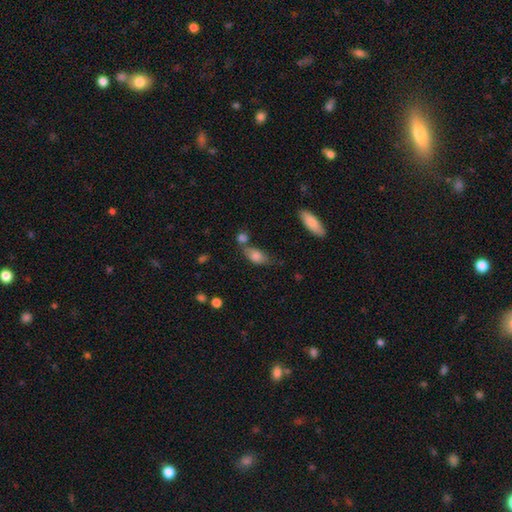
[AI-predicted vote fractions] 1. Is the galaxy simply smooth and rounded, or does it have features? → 79% smooth, 13% featured or disk, 8% star or artifact.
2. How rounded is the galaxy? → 85% in between, 9% cigar-shaped, 6% round.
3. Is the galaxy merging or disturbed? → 50% none, 22% merger, 21% minor disturbance, 7% major disturbance.